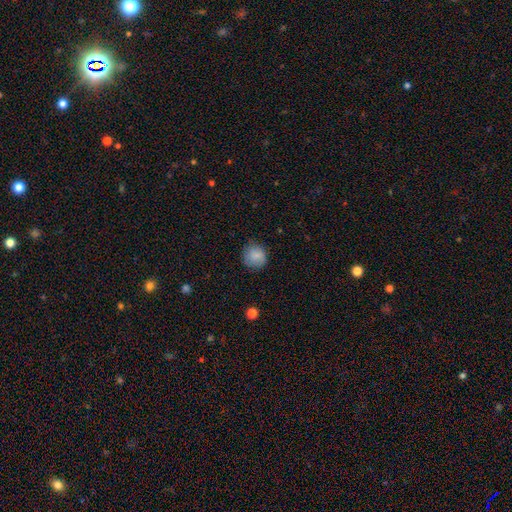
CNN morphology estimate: smooth-or-featured: smooth: 84% | featured or disk: 8% | star or artifact: 8%
  how-rounded: round: 89% | in between: 10% | cigar-shaped: 1%
  merging: none: 79% | minor disturbance: 16% | major disturbance: 4% | merger: 1%